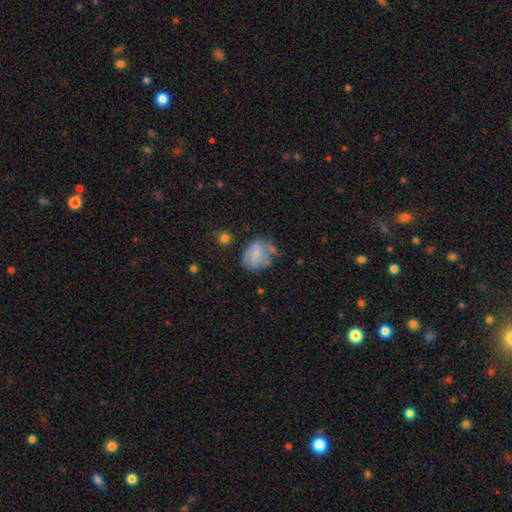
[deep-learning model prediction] Overall: smooth (59%; featured or disk 32%). How rounded: in between (55%; round 44%). Merging: none (43%; minor disturbance 32%).